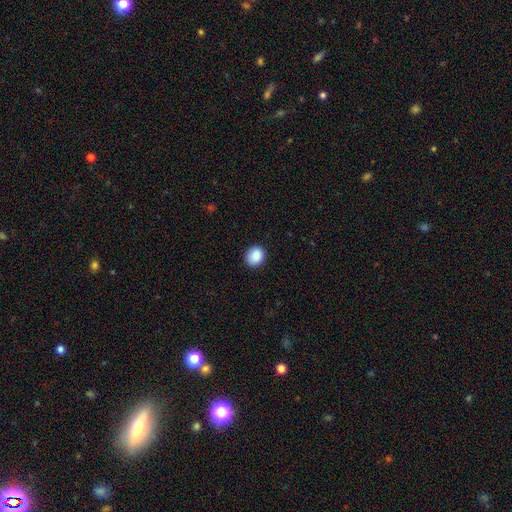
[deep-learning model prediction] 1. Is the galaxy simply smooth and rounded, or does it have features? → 89% smooth, 8% star or artifact, 3% featured or disk.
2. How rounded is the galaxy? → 64% round, 35% in between, 1% cigar-shaped.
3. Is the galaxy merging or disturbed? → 88% none, 8% minor disturbance, 2% major disturbance, 1% merger.